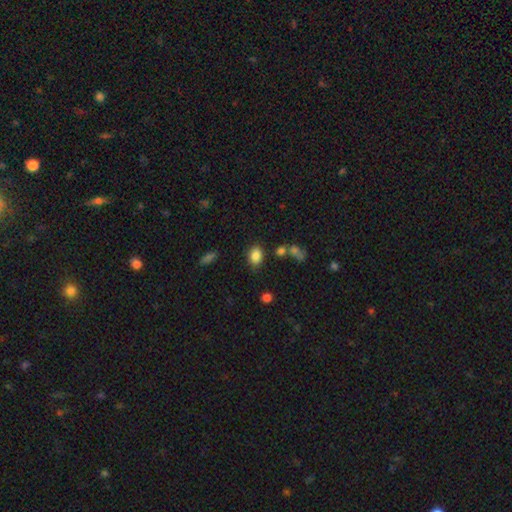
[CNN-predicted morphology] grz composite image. It shows a smooth galaxy with no disk features (85%) that is in between round and cigar-shaped (70%). Merging: none (75%).